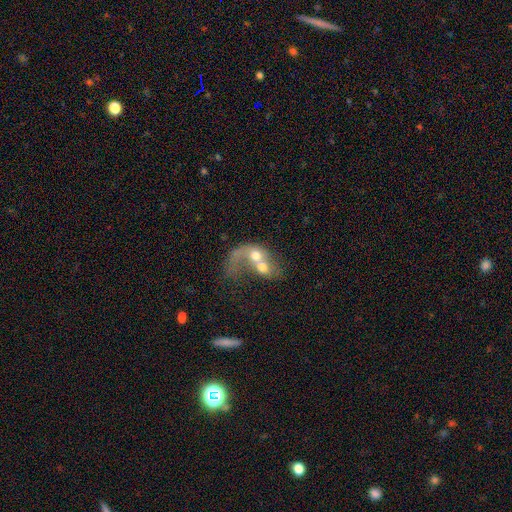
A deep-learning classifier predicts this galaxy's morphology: Smooth or featured? Predicted: smooth (p=0.47). Merging? Predicted: merger (p=0.79).